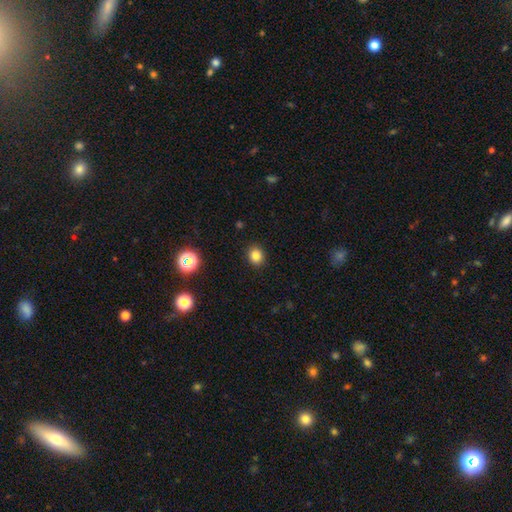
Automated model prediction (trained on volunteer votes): The model was most divided on "how rounded": round: 73%, in between: 26%, cigar-shaped: 1%. More confident: merging — none (90%); smooth or featured — smooth (82%).